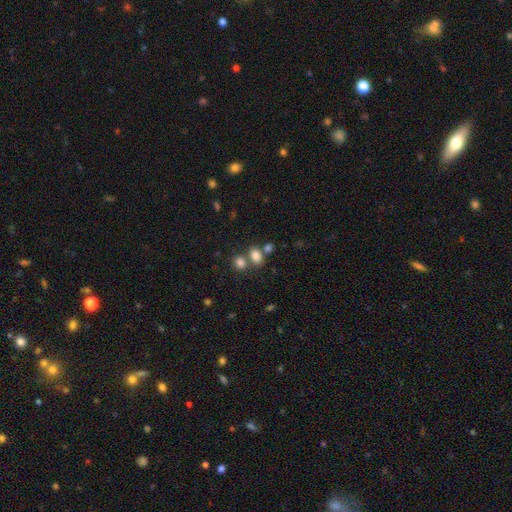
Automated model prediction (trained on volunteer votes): Overall: smooth (80%). How rounded: in between (69%). Merging: none (53%; merger 32%).